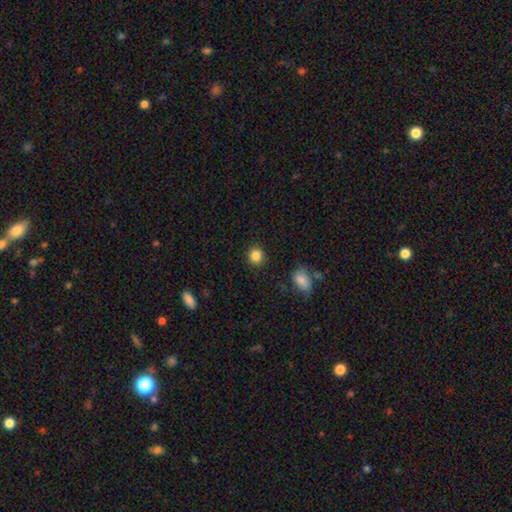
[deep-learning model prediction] The model was most divided on "how rounded": round: 87%, in between: 12%, cigar-shaped: 1%. More confident: merging — none (90%); smooth or featured — smooth (85%).